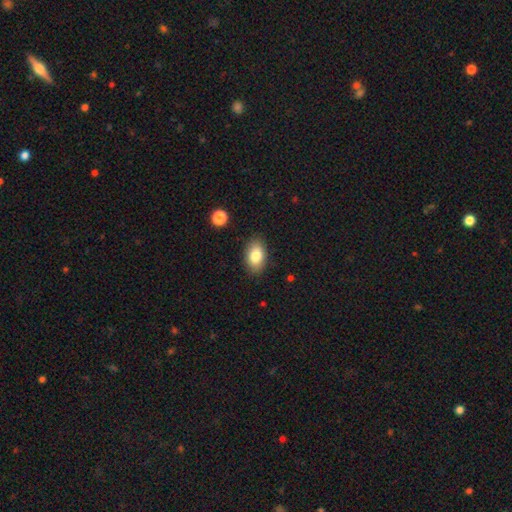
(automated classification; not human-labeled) smooth 82%, featured or disk 11%, star or artifact 8%. Down the decision tree: how rounded — in between (89%); merging — none (87%).